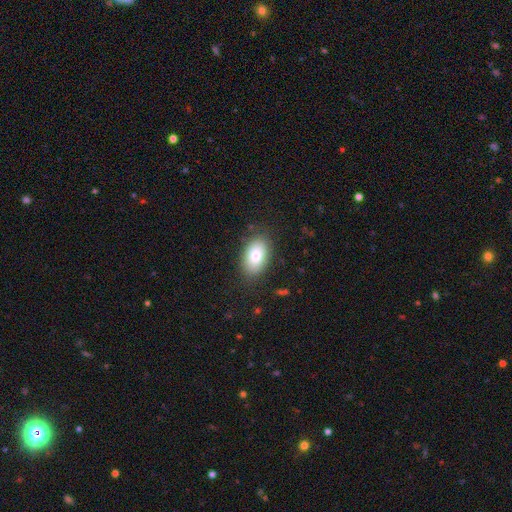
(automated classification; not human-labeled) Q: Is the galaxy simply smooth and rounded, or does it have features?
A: smooth — 80%.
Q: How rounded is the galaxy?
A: in between — 90%.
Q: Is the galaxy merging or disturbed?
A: none — 84%.